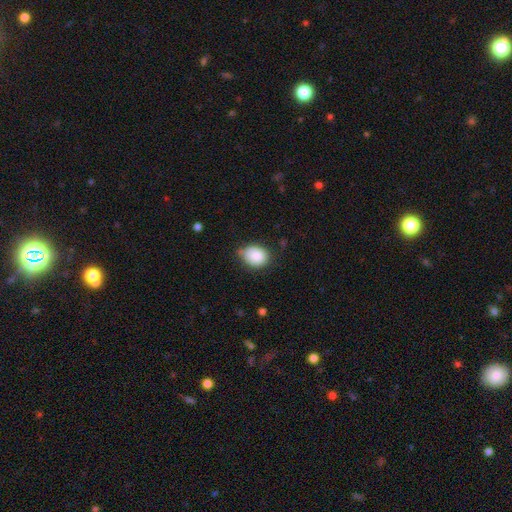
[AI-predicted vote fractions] smooth-or-featured: smooth: 86% | star or artifact: 8% | featured or disk: 6%
  how-rounded: round: 52% | in between: 48% | cigar-shaped: 1%
  merging: none: 64% | minor disturbance: 29% | major disturbance: 5% | merger: 2%